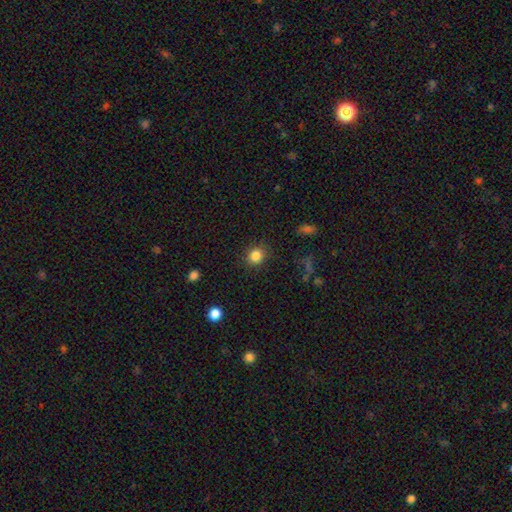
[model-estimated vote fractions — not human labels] Smooth or featured? Predicted: smooth (p=0.85). How rounded? Predicted: round (p=0.81). Merging? Predicted: none (p=0.87).